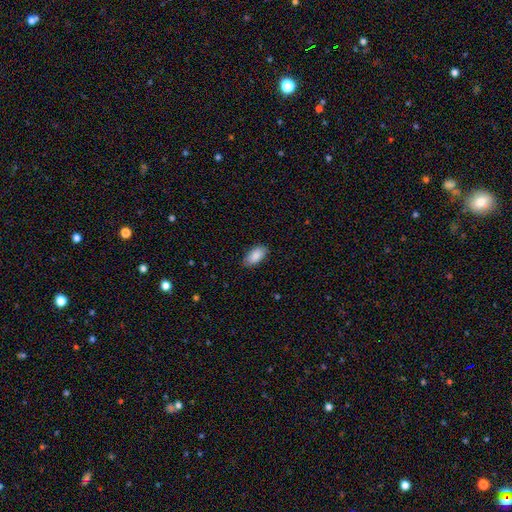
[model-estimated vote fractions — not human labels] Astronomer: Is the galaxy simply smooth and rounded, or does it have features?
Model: smooth — 89%.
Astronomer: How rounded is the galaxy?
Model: in between — 93%.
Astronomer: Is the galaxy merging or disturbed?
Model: none — 85%.